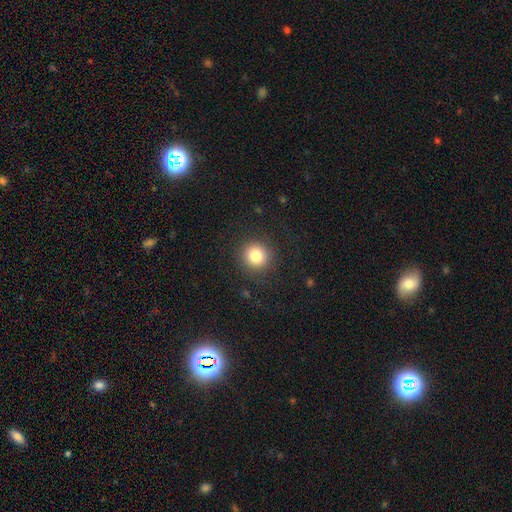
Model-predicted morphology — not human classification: A smooth galaxy with no disk features (83%) that is round (92%).

Vote fractions:
- Smooth or featured? smooth: 83% / star or artifact: 11% / featured or disk: 6%
- How rounded? round: 92% / in between: 7% / cigar-shaped: 1%
- Merging? none: 89% / minor disturbance: 6% / major disturbance: 3% / merger: 1%